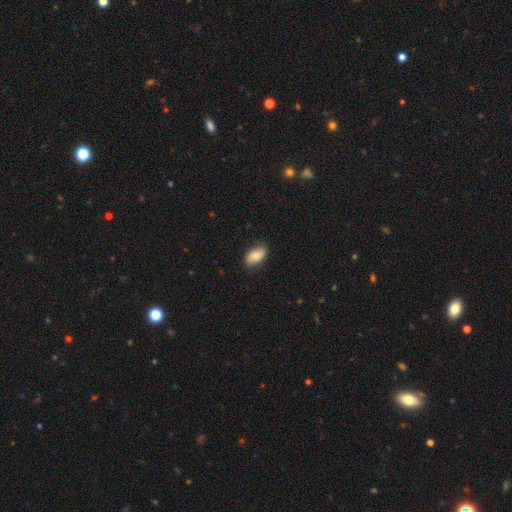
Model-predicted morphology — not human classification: This is likely a smooth galaxy (79%). How rounded: clearly in between (91%). Merging: clearly none (81%).